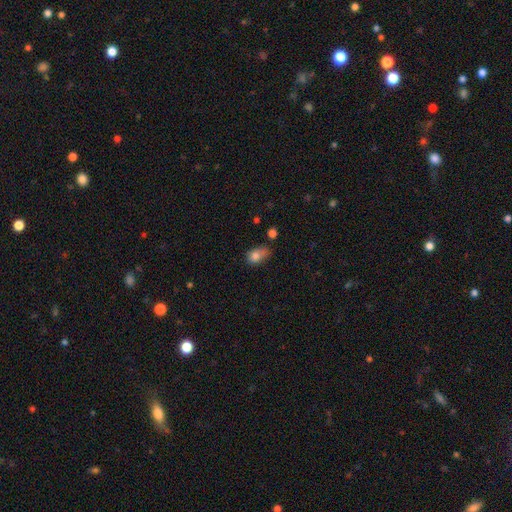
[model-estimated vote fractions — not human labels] This is likely a smooth galaxy (78%). How rounded: likely in between (76%). Merging: marginally minor disturbance (37%).